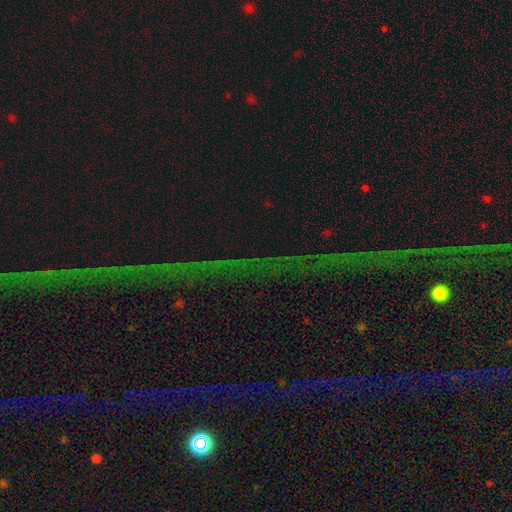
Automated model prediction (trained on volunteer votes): Smooth or featured? star or artifact (81%)